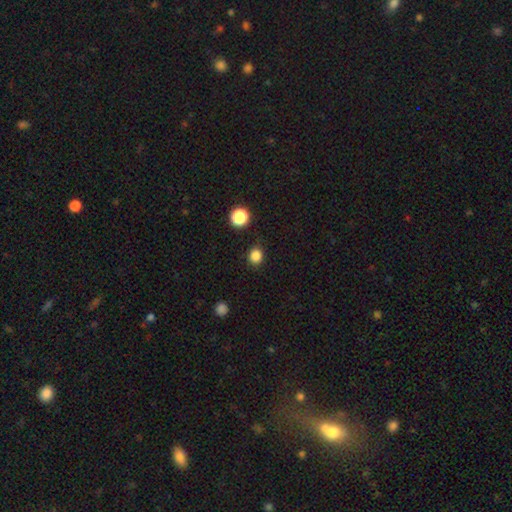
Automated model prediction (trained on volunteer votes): This is clearly a smooth galaxy (84%). How rounded: likely round (77%). Merging: clearly none (86%).